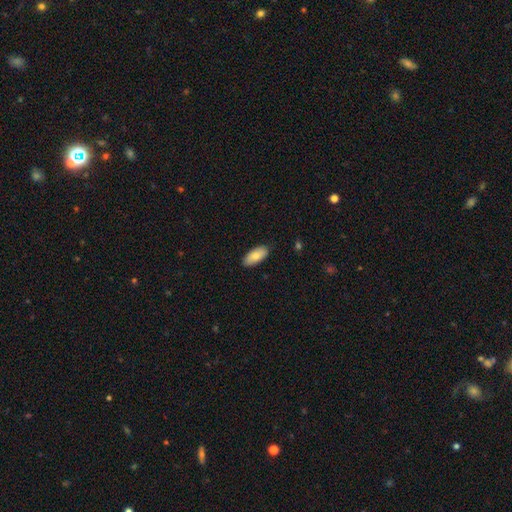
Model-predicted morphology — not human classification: Smooth or featured?
  - smooth: 80% *
  - featured or disk: 14%
  - star or artifact: 6%
How rounded?
  - in between: 90% *
  - cigar-shaped: 8%
  - round: 2%
Merging?
  - none: 88% *
  - minor disturbance: 10%
  - major disturbance: 2%
  - merger: 1%